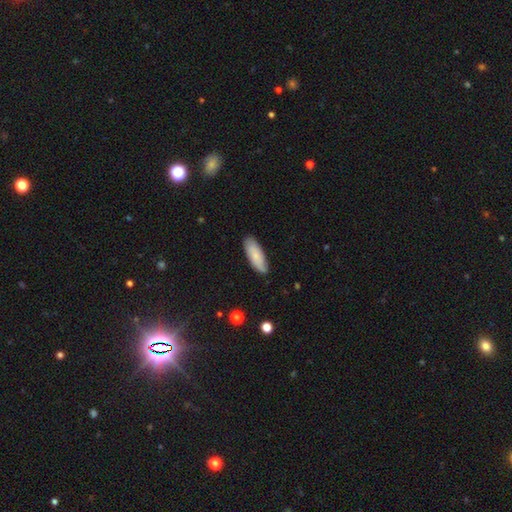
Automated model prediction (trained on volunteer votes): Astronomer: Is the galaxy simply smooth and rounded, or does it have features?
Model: smooth — 79%.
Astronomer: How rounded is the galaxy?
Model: in between — 64%.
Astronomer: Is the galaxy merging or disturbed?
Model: none — 83%.